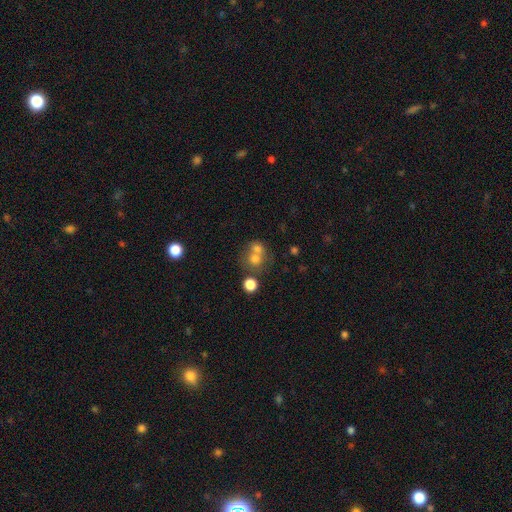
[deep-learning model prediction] A smooth galaxy with no disk features (68%) that is round (77%). Merging: merger (55%).